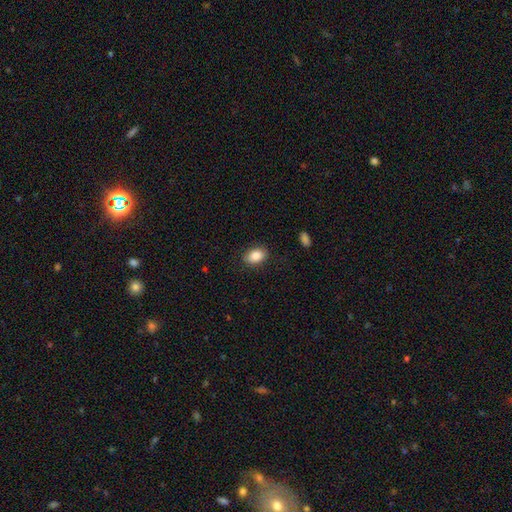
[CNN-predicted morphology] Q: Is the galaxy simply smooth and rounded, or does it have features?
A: smooth — 87%.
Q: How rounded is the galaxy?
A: in between — 85%.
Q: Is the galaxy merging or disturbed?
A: none — 85%.